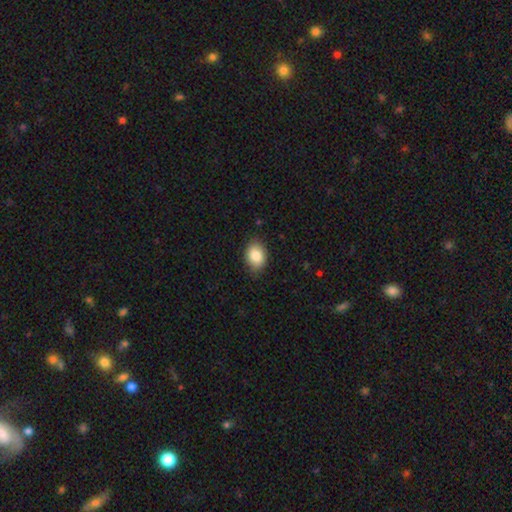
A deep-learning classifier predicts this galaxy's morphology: smooth_or_featured: smooth (p=0.86) [alt: star or artifact p=0.07]
how_rounded: in between (p=0.78) [alt: round p=0.21]
merging: none (p=0.83) [alt: minor disturbance p=0.14]